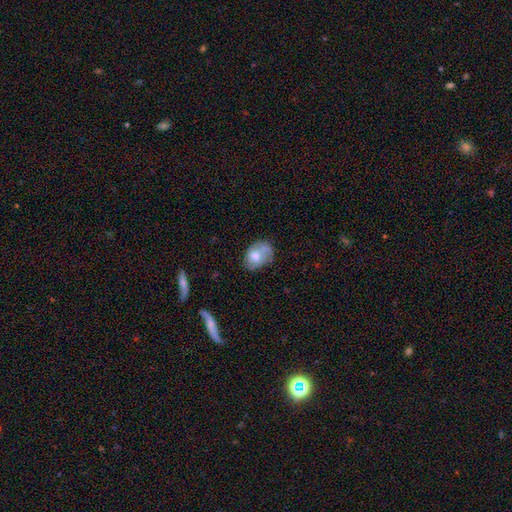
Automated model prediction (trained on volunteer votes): A smooth galaxy with no disk features (55%) that is in between round and cigar-shaped (72%). Merging: none (50%).